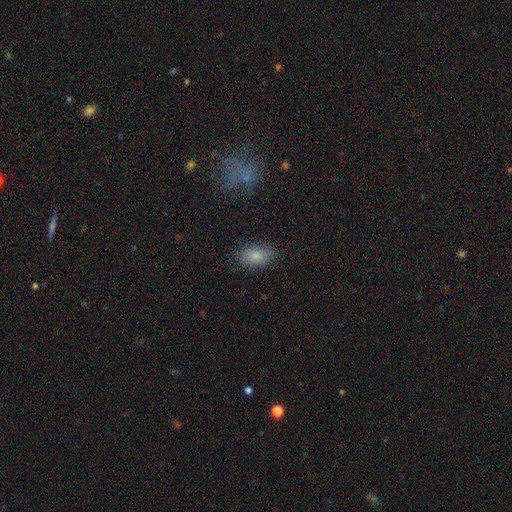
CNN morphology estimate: The model was most divided on "merging": none: 82%, minor disturbance: 13%, major disturbance: 3%, merger: 1%. More confident: how rounded — in between (90%); smooth or featured — smooth (82%).